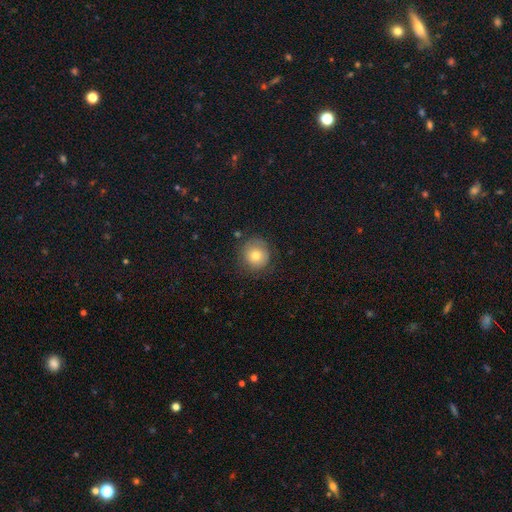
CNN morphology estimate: A smooth galaxy with no disk features (74%) that is round (92%). Merging: none (77%).